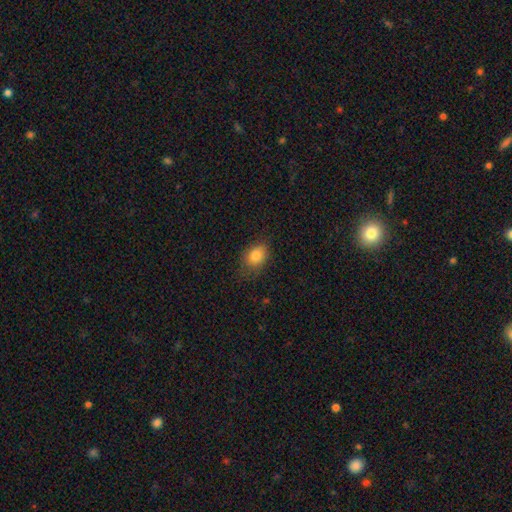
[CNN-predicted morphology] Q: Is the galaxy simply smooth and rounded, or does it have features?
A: smooth — 82%.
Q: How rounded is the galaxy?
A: in between — 68%.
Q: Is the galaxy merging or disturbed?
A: none — 71%.